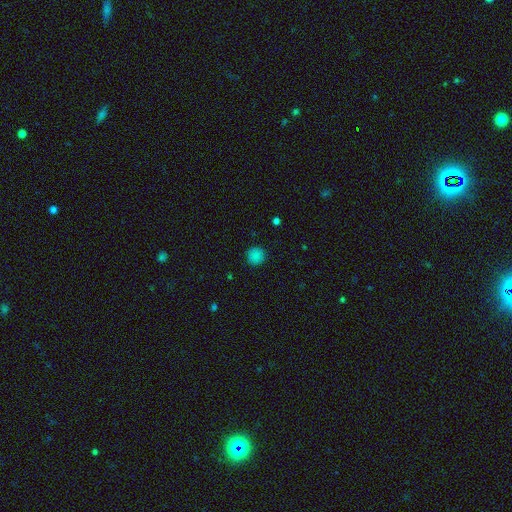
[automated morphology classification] smooth_or_featured: smooth (p=0.84) [alt: star or artifact p=0.12]
how_rounded: round (p=0.94) [alt: in between p=0.05]
merging: none (p=0.90) [alt: minor disturbance p=0.07]